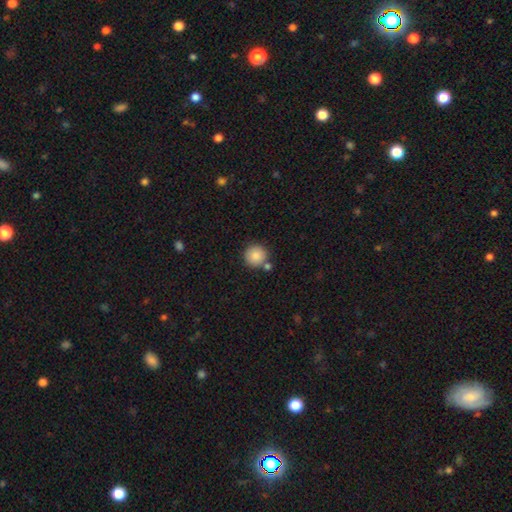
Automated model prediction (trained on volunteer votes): This appears to be a smooth galaxy with no disk features (85%) that is round (95%). Merging: none (77%).